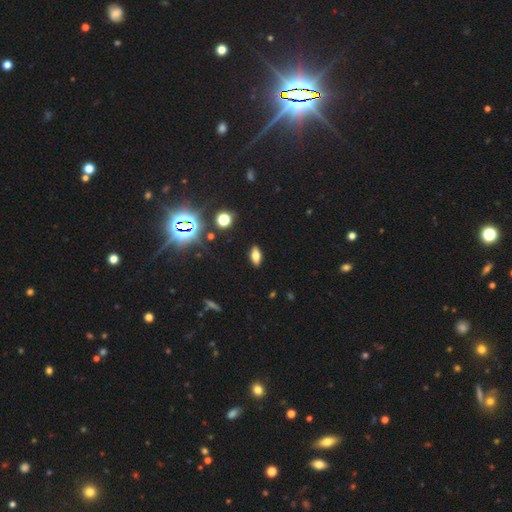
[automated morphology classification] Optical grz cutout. It shows a smooth galaxy with no disk features (62%) that is in between round and cigar-shaped (81%). Merging: none (89%).